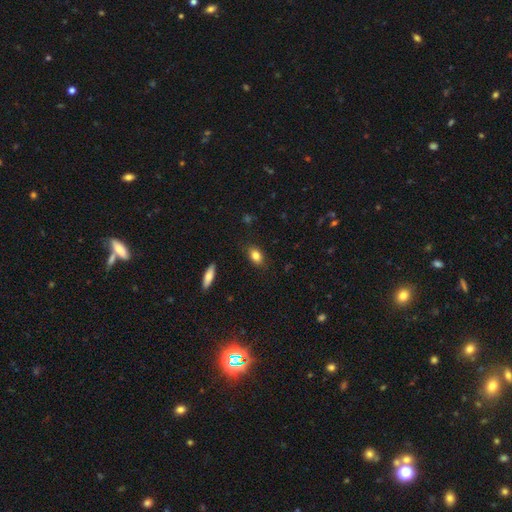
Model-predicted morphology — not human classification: Smooth or featured?
  - smooth: 82% *
  - featured or disk: 10%
  - star or artifact: 8%
How rounded?
  - in between: 81% *
  - round: 16%
  - cigar-shaped: 4%
Merging?
  - none: 85% *
  - minor disturbance: 11%
  - major disturbance: 3%
  - merger: 1%